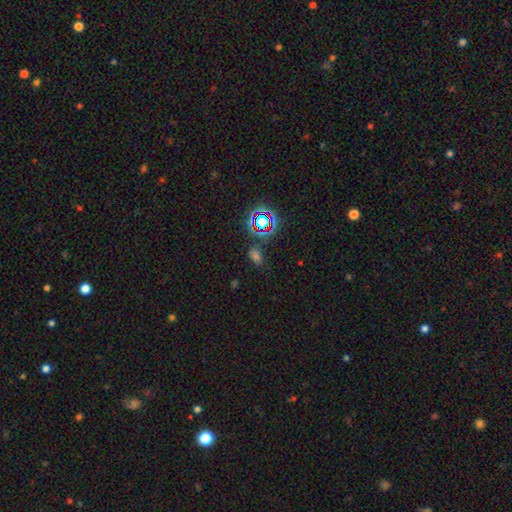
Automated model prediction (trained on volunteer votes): smooth 48%, star or artifact 42%, featured or disk 10%. Down the decision tree: merging — none (75%).